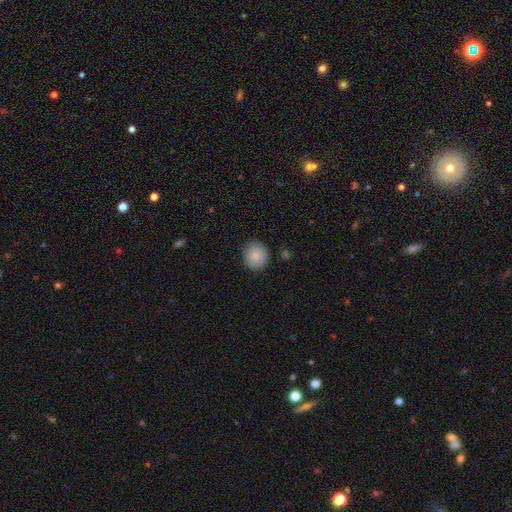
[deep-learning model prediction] Smooth or featured?
  - smooth: 84% *
  - star or artifact: 8%
  - featured or disk: 8%
How rounded?
  - round: 85% *
  - in between: 14%
  - cigar-shaped: 1%
Merging?
  - none: 85% *
  - minor disturbance: 11%
  - major disturbance: 2%
  - merger: 1%